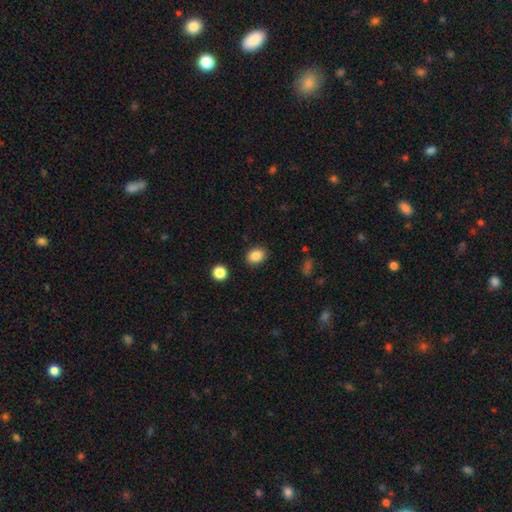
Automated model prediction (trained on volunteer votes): Smooth or featured? Predicted: smooth (p=0.86). How rounded? Predicted: in between (p=0.57). Merging? Predicted: none (p=0.87).